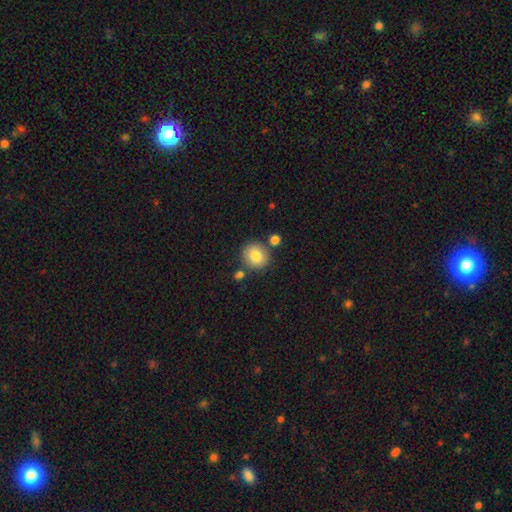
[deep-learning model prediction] smooth 83%, star or artifact 9%, featured or disk 9%. Down the decision tree: how rounded — round (86%); merging — none (78%).